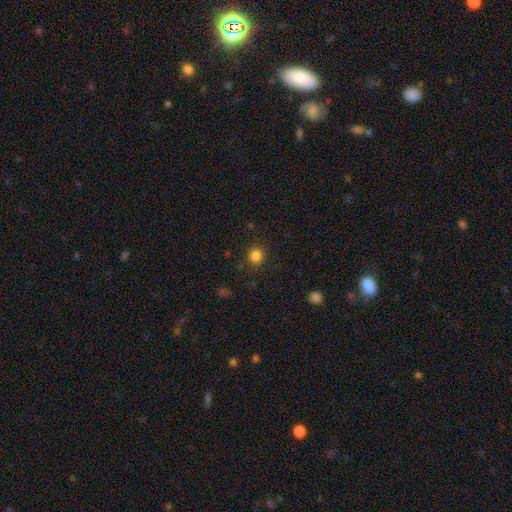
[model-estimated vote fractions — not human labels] Overall: smooth (84%). How rounded: round (85%). Merging: none (89%).